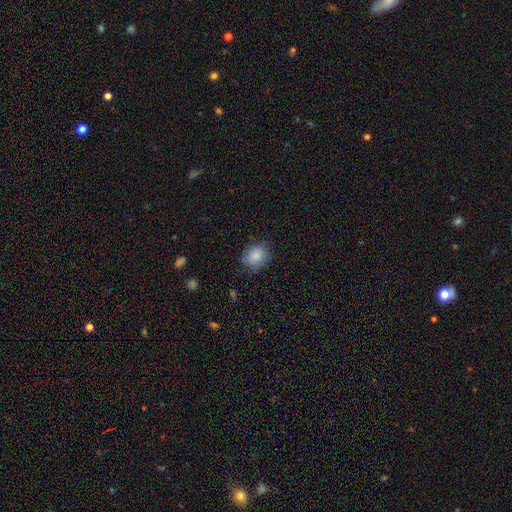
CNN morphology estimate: smooth 83%, star or artifact 9%, featured or disk 8%. Down the decision tree: how rounded — round (56%); merging — none (75%).